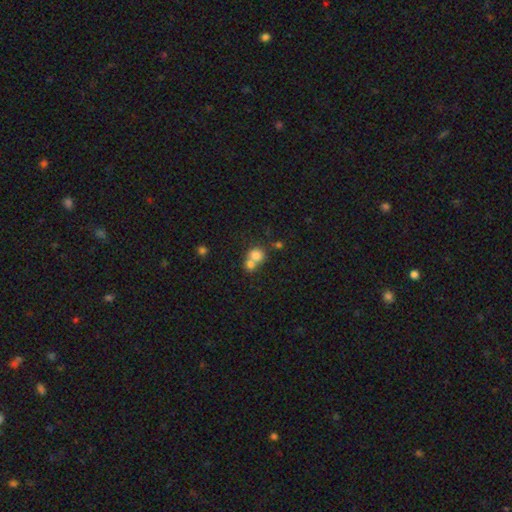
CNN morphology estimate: smooth 77%, featured or disk 13%, star or artifact 11%. Down the decision tree: how rounded — round (78%); merging — merger (61%).